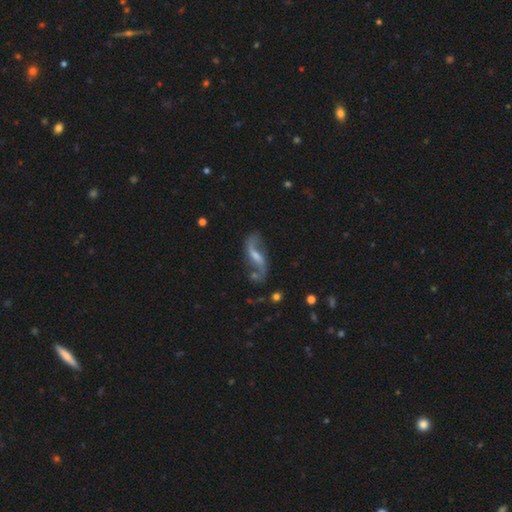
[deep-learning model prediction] Smooth or featured: featured or disk — 87% (smooth — 8%)
Edge-on disk: no — 94% (yes — 6%)
Bar: weak — 47% (strong — 31%)
Spiral arms: yes — 95% (no — 5%)
Spiral winding: loose — 85% (medium — 12%)
Spiral arm count: 2 — 92% (1 — 3%)
Bulge size: small — 45% (moderate — 36%)
Merging: none — 70% (minor disturbance — 16%)